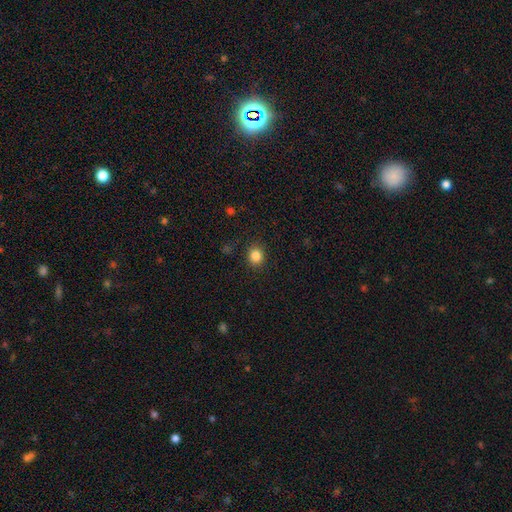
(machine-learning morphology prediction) smooth-or-featured: smooth: 85% | star or artifact: 11% | featured or disk: 4%
  how-rounded: round: 76% | in between: 24% | cigar-shaped: 1%
  merging: none: 89% | minor disturbance: 7% | major disturbance: 2% | merger: 1%